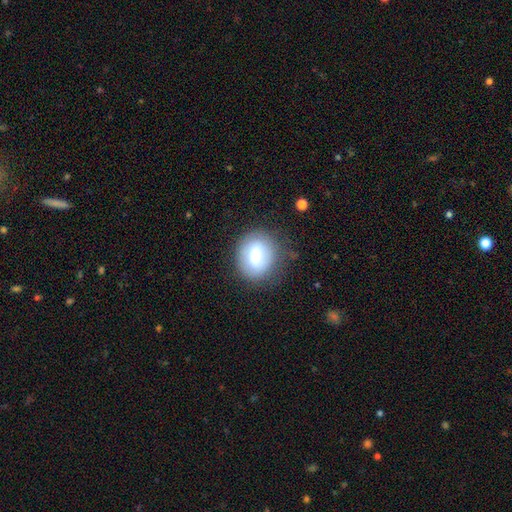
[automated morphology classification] A smooth galaxy with no disk features (67%) that is round (61%).

Vote fractions:
- Smooth or featured? smooth: 67% / featured or disk: 25% / star or artifact: 8%
- How rounded? round: 61% / in between: 38% / cigar-shaped: 1%
- Merging? none: 74% / minor disturbance: 17% / major disturbance: 7% / merger: 3%